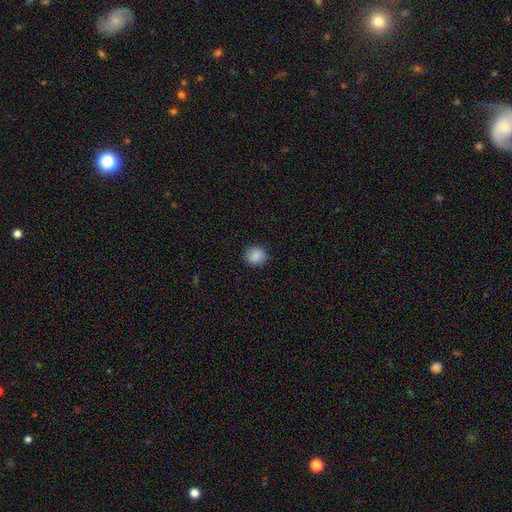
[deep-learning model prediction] Smooth or featured?
  - smooth: 88% *
  - star or artifact: 9%
  - featured or disk: 3%
How rounded?
  - round: 88% *
  - in between: 12%
  - cigar-shaped: 1%
Merging?
  - none: 90% *
  - minor disturbance: 7%
  - major disturbance: 2%
  - merger: 1%